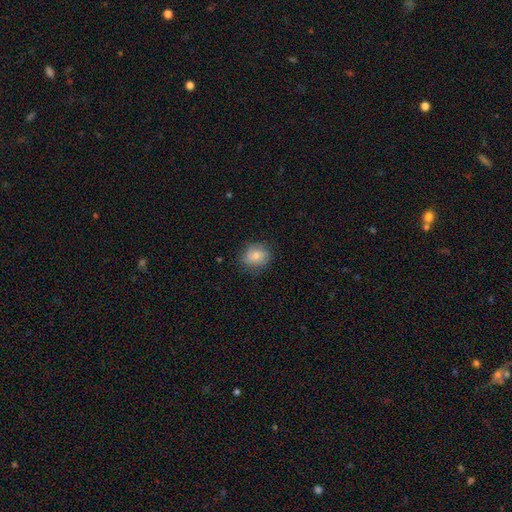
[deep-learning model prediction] smooth-or-featured: smooth: 76% | featured or disk: 15% | star or artifact: 9%
  how-rounded: round: 65% | in between: 34% | cigar-shaped: 1%
  merging: none: 77% | minor disturbance: 17% | major disturbance: 4% | merger: 1%